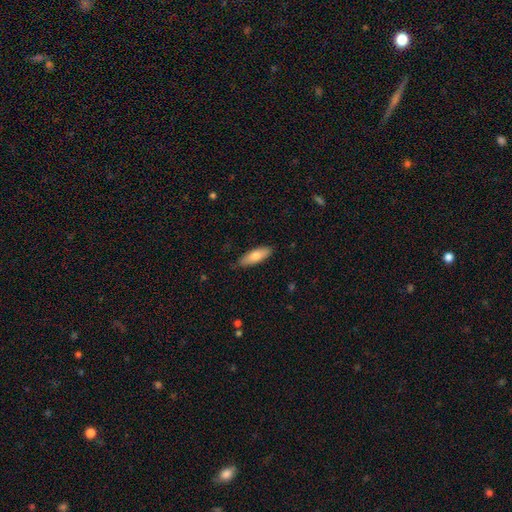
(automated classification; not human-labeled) The model was most divided on "how rounded": in between: 61%, cigar-shaped: 37%, round: 2%. More confident: merging — none (84%); smooth or featured — smooth (76%).